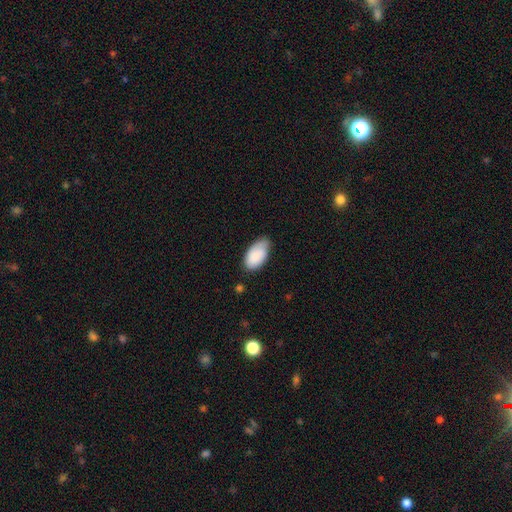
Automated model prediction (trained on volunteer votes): The model was most divided on "merging": none: 58%, minor disturbance: 34%, major disturbance: 6%, merger: 2%. More confident: how rounded — in between (96%); smooth or featured — smooth (86%).